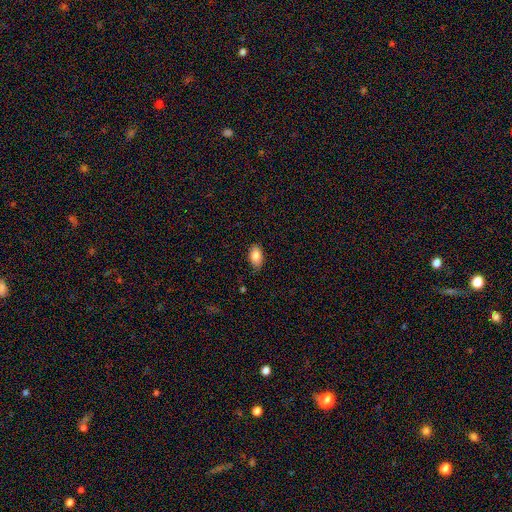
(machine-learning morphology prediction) Smooth or featured? smooth (85%)
How rounded? in between (92%)
Merging? none (81%)